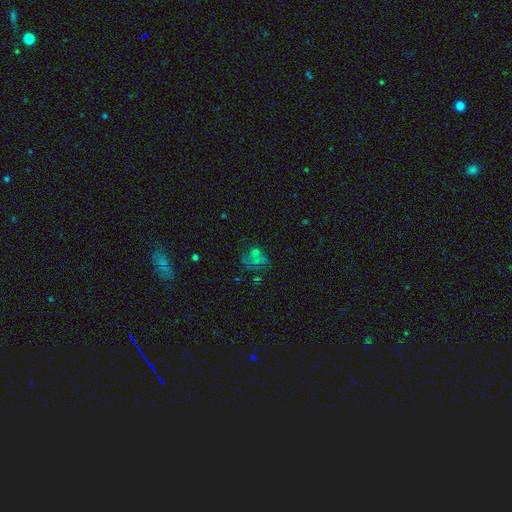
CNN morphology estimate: smooth-or-featured: smooth: 42% | featured or disk: 33% | star or artifact: 25%
  merging: none: 36% | major disturbance: 29% | minor disturbance: 18% | merger: 17%